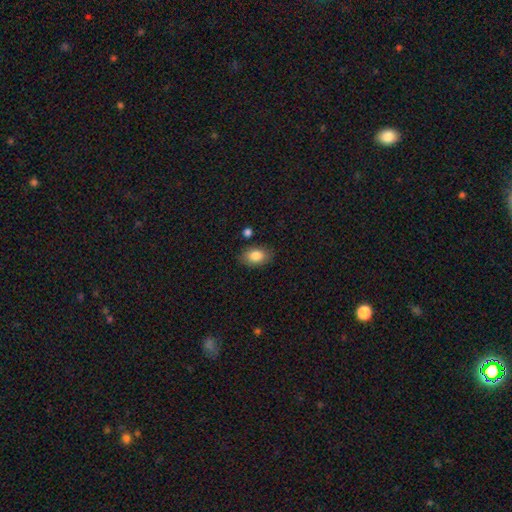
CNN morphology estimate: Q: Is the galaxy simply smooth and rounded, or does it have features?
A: smooth — 84%.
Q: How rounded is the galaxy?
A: in between — 87%.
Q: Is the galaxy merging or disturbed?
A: none — 82%.